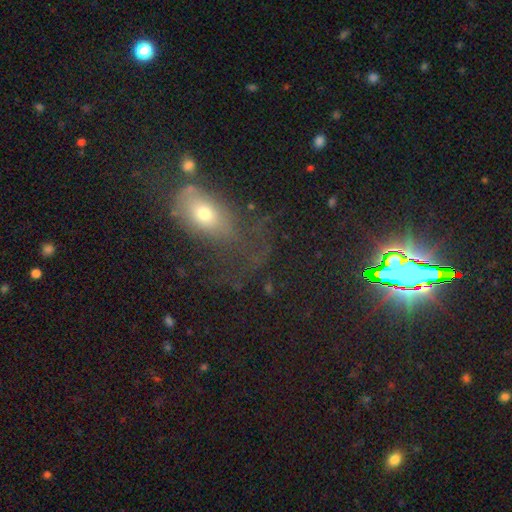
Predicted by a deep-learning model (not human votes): smooth 43%, star or artifact 35%, featured or disk 22%. Down the decision tree: merging — none (49%).